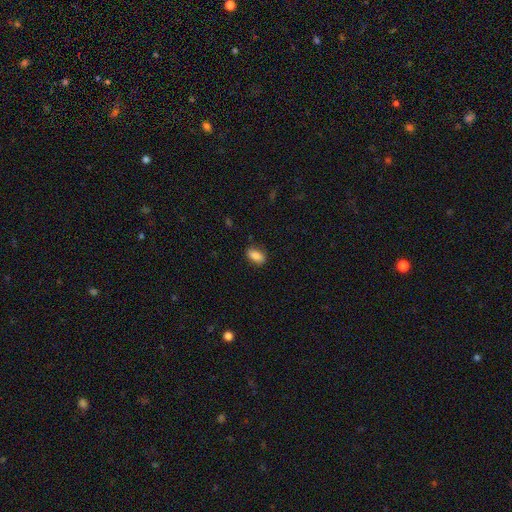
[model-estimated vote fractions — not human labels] smooth 86%, star or artifact 8%, featured or disk 6%. Down the decision tree: how rounded — in between (88%); merging — none (83%).